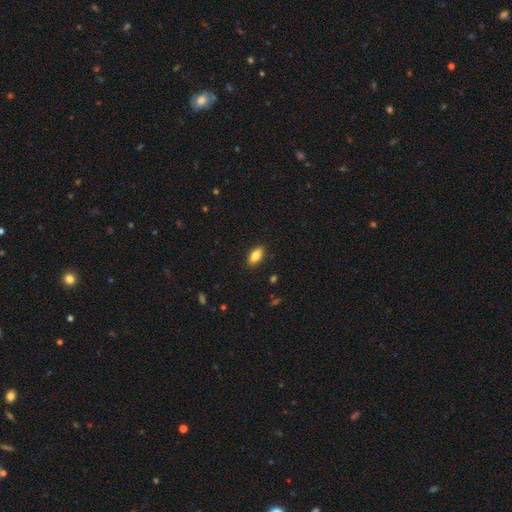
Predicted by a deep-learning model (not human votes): smooth-or-featured: smooth: 81% | featured or disk: 12% | star or artifact: 7%
  how-rounded: in between: 86% | cigar-shaped: 10% | round: 3%
  merging: none: 89% | minor disturbance: 8% | major disturbance: 2% | merger: 1%